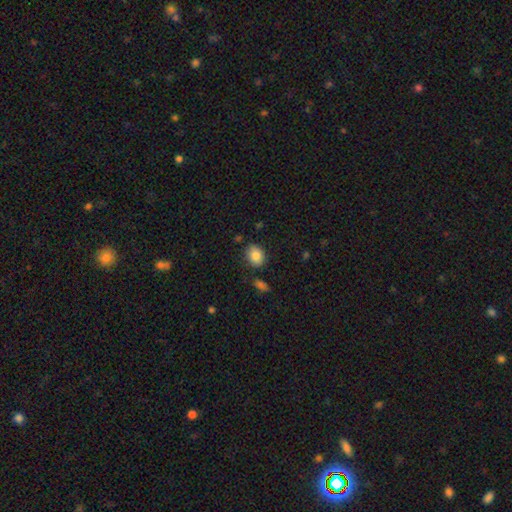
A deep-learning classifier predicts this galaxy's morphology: A smooth galaxy with no disk features (84%) that is in between round and cigar-shaped (54%).

Vote fractions:
- Smooth or featured? smooth: 84% / star or artifact: 8% / featured or disk: 8%
- How rounded? in between: 54% / round: 45% / cigar-shaped: 1%
- Merging? none: 81% / minor disturbance: 13% / merger: 3% / major disturbance: 3%